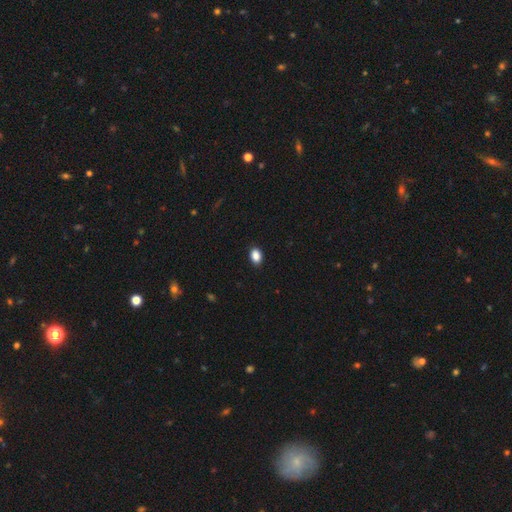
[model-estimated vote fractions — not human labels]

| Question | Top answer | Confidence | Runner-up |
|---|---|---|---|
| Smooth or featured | smooth | 88% | star or artifact (9%) |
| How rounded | in between | 79% | round (20%) |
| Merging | none | 90% | minor disturbance (7%) |